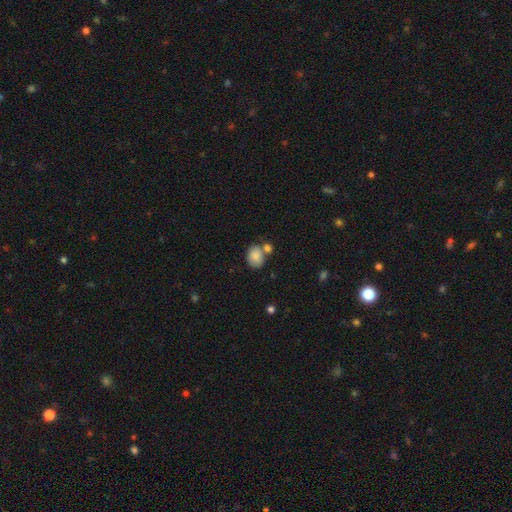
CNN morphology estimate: Smooth or featured: smooth — 84% (star or artifact — 8%)
How rounded: in between — 57% (round — 42%)
Merging: none — 52% (merger — 27%)